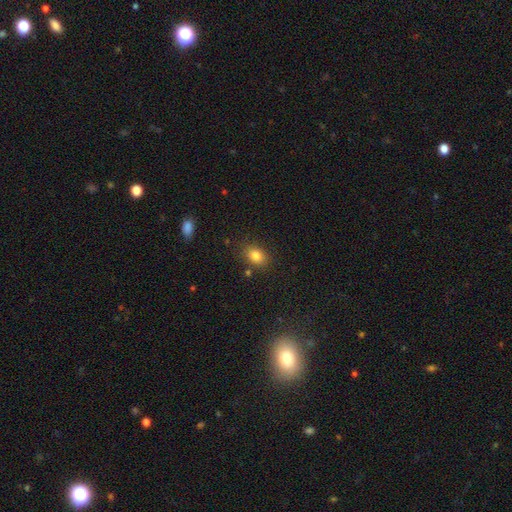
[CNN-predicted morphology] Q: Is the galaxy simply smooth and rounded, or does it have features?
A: smooth — 83%.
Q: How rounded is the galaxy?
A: in between — 72%.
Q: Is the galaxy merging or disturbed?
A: none — 81%.